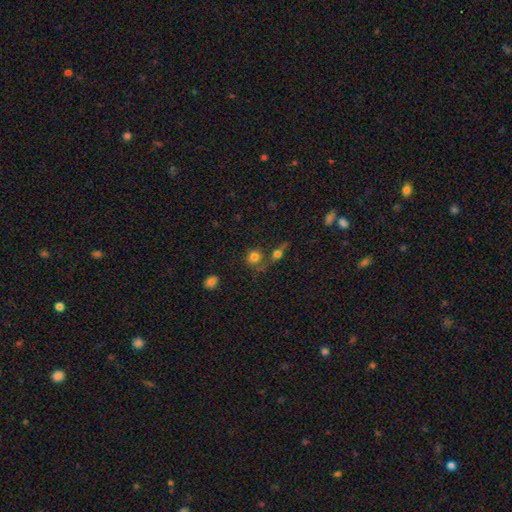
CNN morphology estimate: smooth 69%, star or artifact 19%, featured or disk 11%. Down the decision tree: how rounded — round (86%); merging — none (56%).